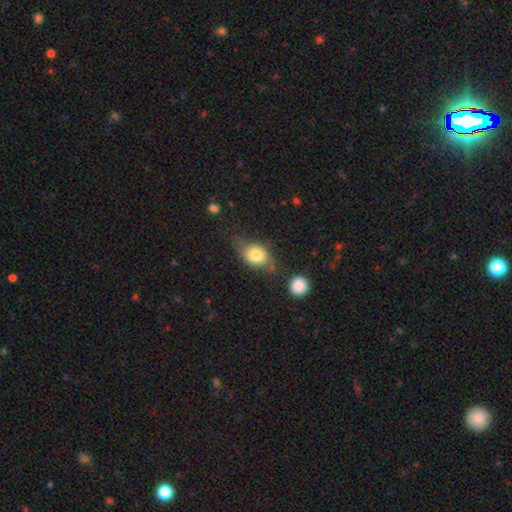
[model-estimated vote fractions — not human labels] Smooth or featured? Predicted: smooth (p=0.55). How rounded? Predicted: in between (p=0.61). Merging? Predicted: none (p=0.64).